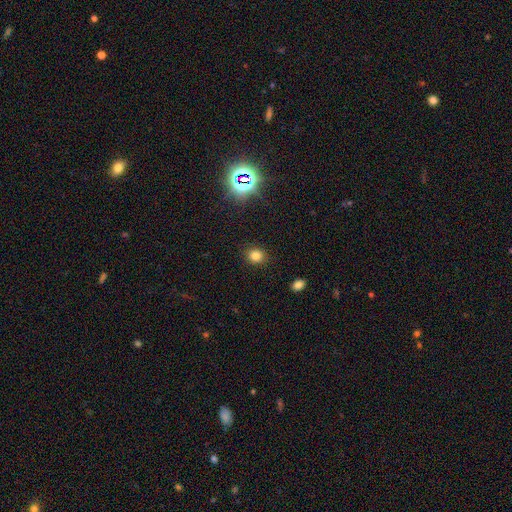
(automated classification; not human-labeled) smooth 79%, star or artifact 16%, featured or disk 5%. Down the decision tree: how rounded — round (76%); merging — none (89%).